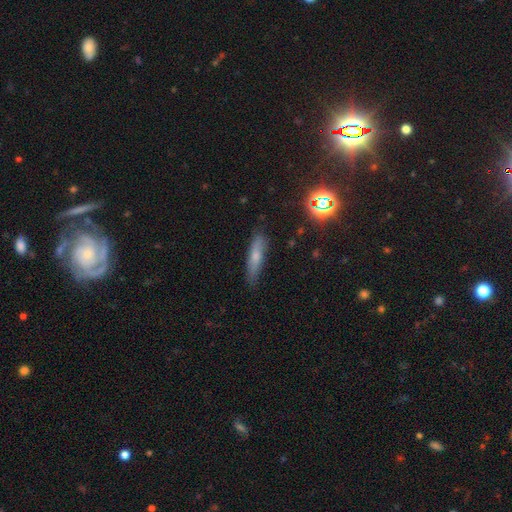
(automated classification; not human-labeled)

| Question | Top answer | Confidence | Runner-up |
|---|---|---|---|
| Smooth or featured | smooth | 61% | featured or disk (28%) |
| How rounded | cigar-shaped | 78% | in between (20%) |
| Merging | none | 81% | minor disturbance (15%) |